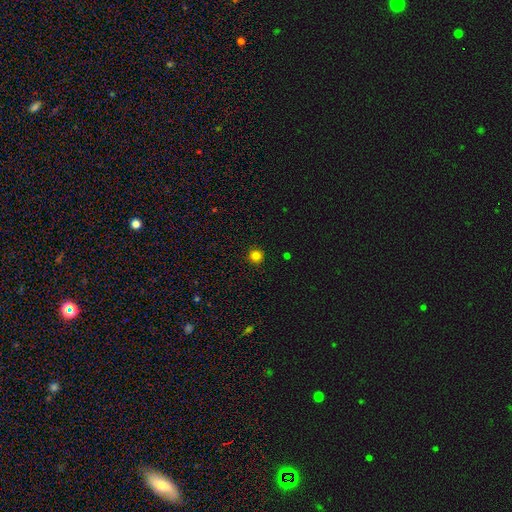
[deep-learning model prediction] Smooth or featured? smooth (82%)
How rounded? round (96%)
Merging? none (93%)